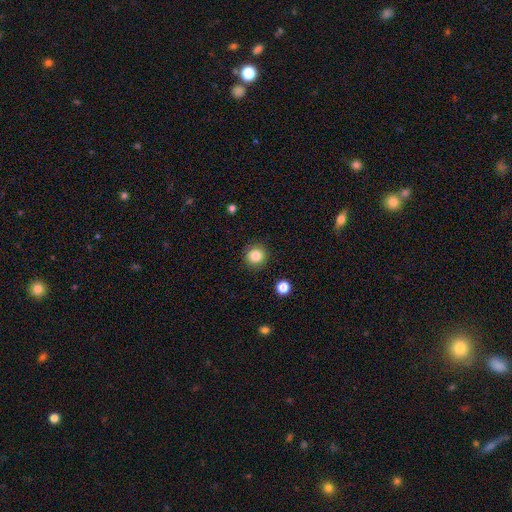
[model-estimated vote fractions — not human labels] smooth 84%, star or artifact 11%, featured or disk 5%. Down the decision tree: how rounded — round (94%); merging — none (90%).